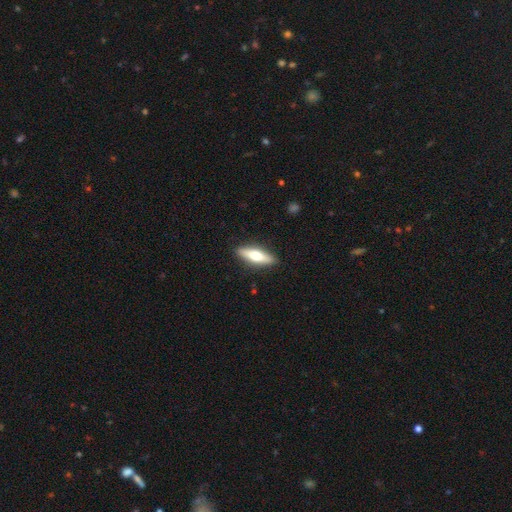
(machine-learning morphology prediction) A smooth galaxy with no disk features (57%) that is cigar-shaped (57%). Merging: none (89%).